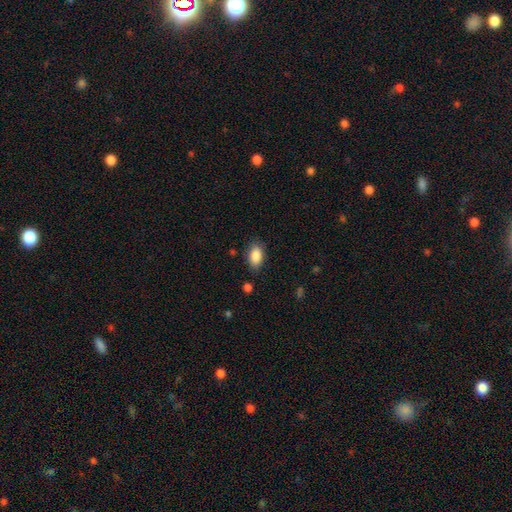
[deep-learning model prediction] Smooth or featured?
  - smooth: 88% *
  - star or artifact: 7%
  - featured or disk: 5%
How rounded?
  - in between: 92% *
  - round: 6%
  - cigar-shaped: 3%
Merging?
  - none: 82% *
  - minor disturbance: 13%
  - major disturbance: 3%
  - merger: 2%